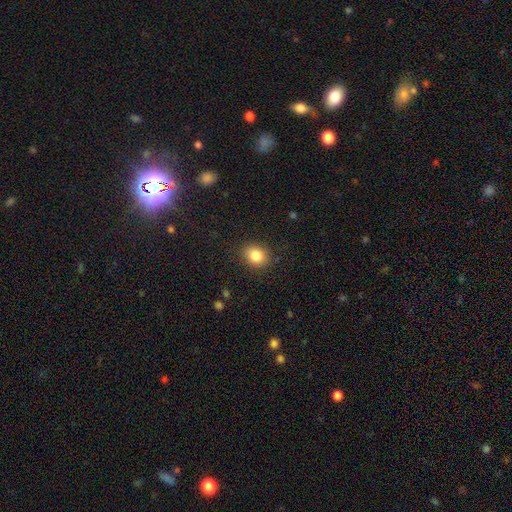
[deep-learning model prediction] smooth-or-featured: smooth: 84% | star or artifact: 10% | featured or disk: 6%
  how-rounded: round: 57% | in between: 43% | cigar-shaped: 1%
  merging: none: 87% | minor disturbance: 9% | major disturbance: 3% | merger: 1%